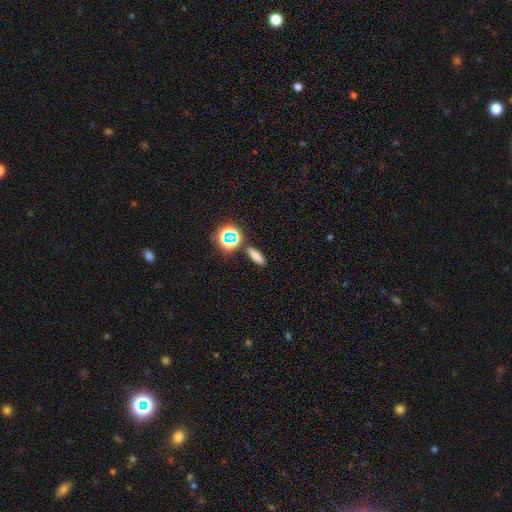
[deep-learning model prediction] smooth 72%, star or artifact 19%, featured or disk 8%. Down the decision tree: how rounded — cigar-shaped (47%); merging — none (84%).